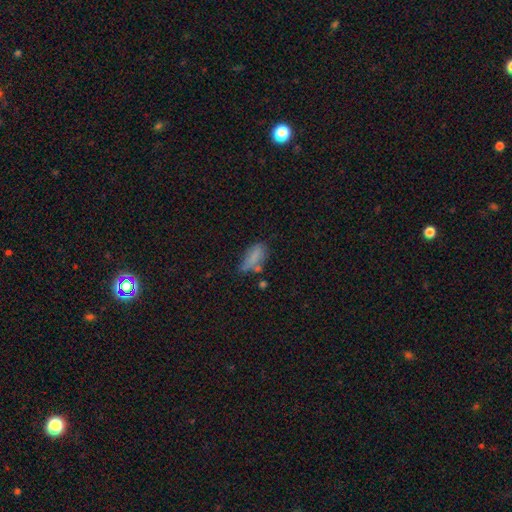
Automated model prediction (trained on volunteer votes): Smooth or featured: smooth — 74% (featured or disk — 15%)
How rounded: in between — 80% (cigar-shaped — 16%)
Merging: none — 43% (minor disturbance — 32%)